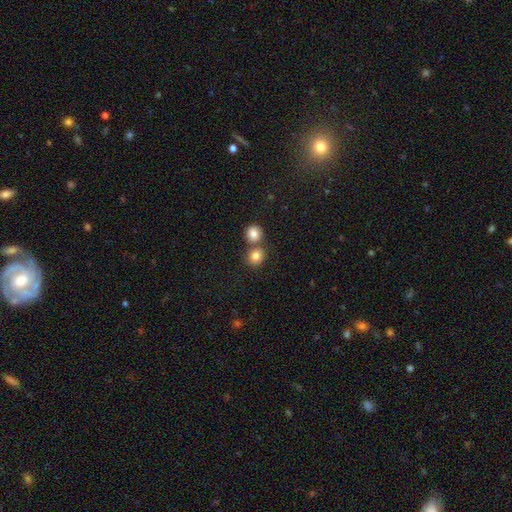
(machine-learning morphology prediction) smooth_or_featured: smooth (p=0.82) [alt: star or artifact p=0.10]
how_rounded: round (p=0.80) [alt: in between p=0.19]
merging: none (p=0.55) [alt: merger p=0.35]